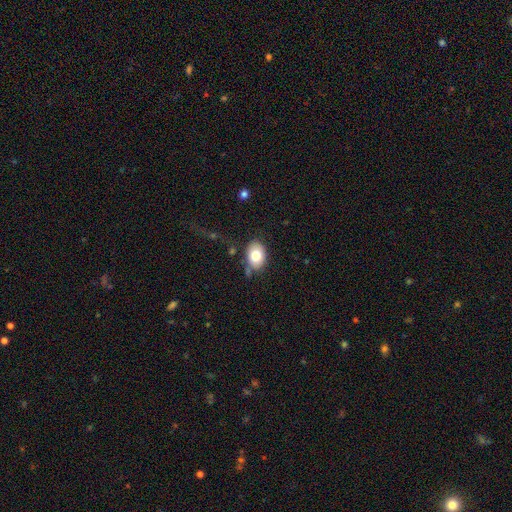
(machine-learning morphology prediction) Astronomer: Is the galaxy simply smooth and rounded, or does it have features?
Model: smooth — 78%.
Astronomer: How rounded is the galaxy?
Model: in between — 76%.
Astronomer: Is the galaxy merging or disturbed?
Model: none — 70%.